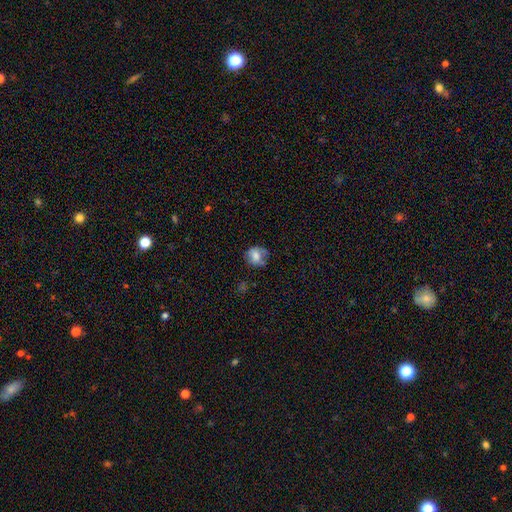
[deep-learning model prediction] This is likely a smooth galaxy (71%). How rounded: likely round (71%). Merging: possibly none (58%).